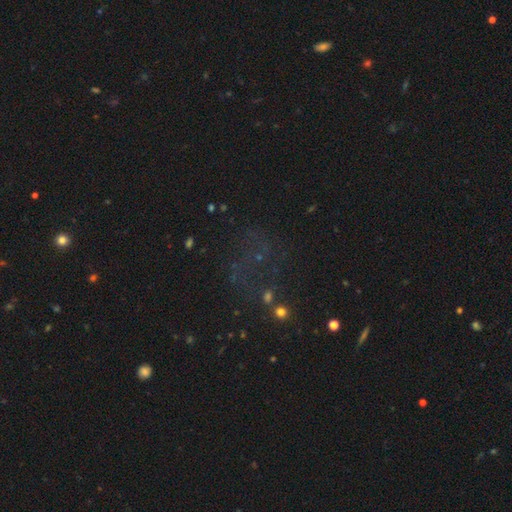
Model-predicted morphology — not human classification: The model was most divided on "smooth or featured": star or artifact: 54%, smooth: 25%, featured or disk: 21%.